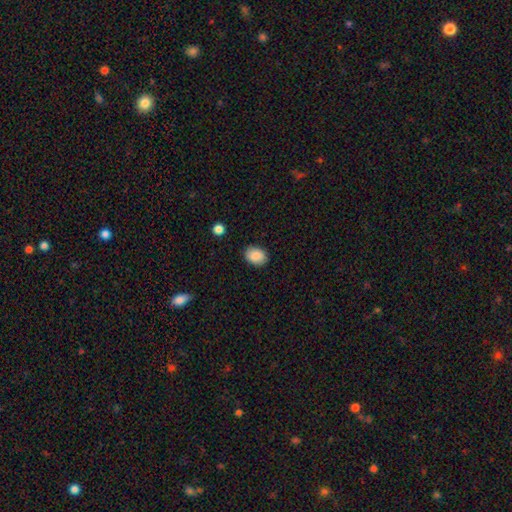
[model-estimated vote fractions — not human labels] This is clearly a smooth galaxy (88%). How rounded: likely in between (69%). Merging: clearly none (88%).